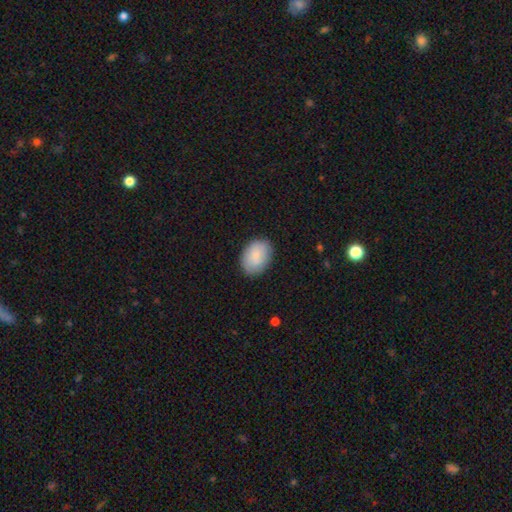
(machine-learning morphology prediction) Q: Smooth or featured?
A: smooth (87%); runner-up: featured or disk (7%)
Q: How rounded?
A: in between (81%); runner-up: round (18%)
Q: Merging?
A: none (86%); runner-up: minor disturbance (11%)